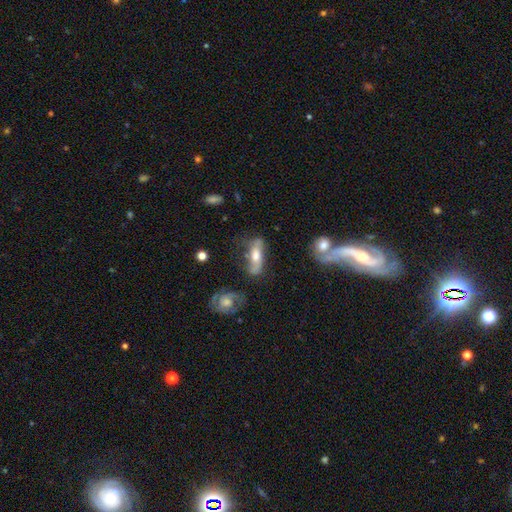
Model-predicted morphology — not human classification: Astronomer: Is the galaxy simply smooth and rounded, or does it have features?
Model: featured or disk — 51% (runner-up: smooth, 41%).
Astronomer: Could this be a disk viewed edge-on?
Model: no — 71%.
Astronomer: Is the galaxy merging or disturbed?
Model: none — 49% (runner-up: minor disturbance, 26%).